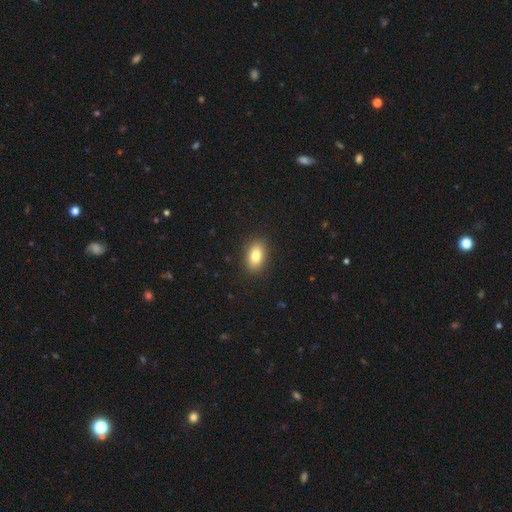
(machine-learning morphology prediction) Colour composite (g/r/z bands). It shows a smooth galaxy with no disk features (81%) that is in between round and cigar-shaped (86%). Merging: none (89%).